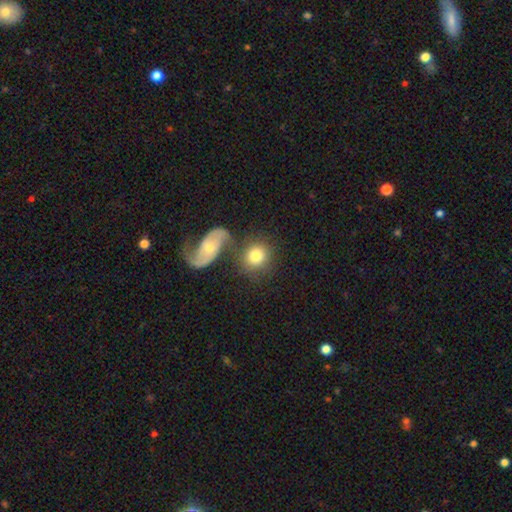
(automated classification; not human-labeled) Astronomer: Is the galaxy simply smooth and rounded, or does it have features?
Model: smooth — 74%.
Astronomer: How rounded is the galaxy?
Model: round — 79%.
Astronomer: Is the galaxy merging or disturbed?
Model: none — 56%.